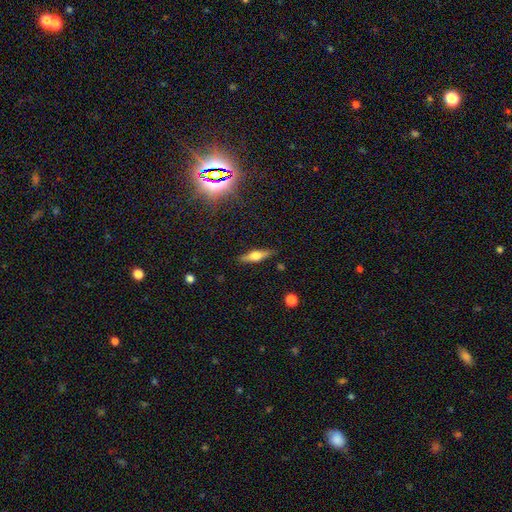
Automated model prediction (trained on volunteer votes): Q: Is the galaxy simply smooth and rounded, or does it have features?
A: featured or disk — 53%.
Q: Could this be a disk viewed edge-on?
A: yes — 94%.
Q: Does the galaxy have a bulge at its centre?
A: rounded — 91%.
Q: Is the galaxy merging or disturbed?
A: none — 88%.